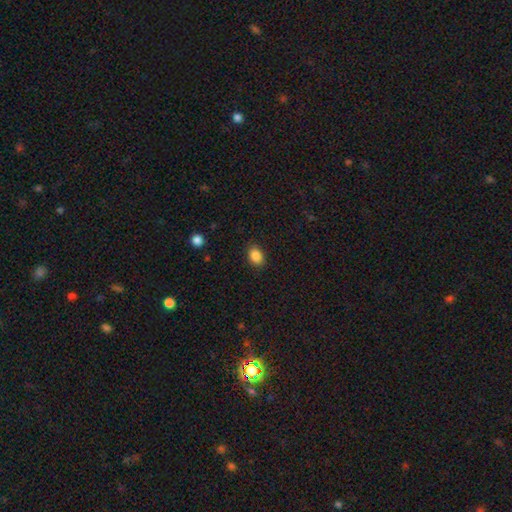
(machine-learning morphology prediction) Smooth or featured: smooth — 87% (star or artifact — 9%)
How rounded: in between — 72% (round — 27%)
Merging: none — 87% (minor disturbance — 10%)